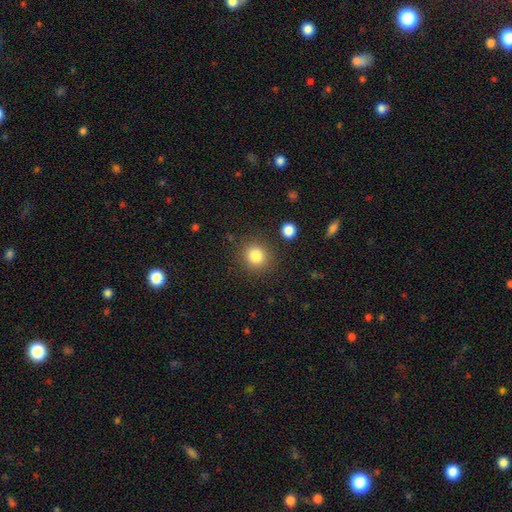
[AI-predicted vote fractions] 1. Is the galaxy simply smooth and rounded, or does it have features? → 83% smooth, 11% star or artifact, 6% featured or disk.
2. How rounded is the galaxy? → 84% round, 15% in between, 1% cigar-shaped.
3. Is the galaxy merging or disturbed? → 85% none, 8% minor disturbance, 3% major disturbance, 3% merger.